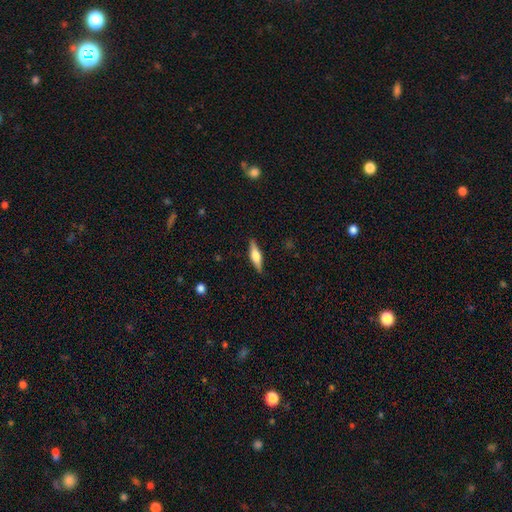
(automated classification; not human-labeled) Smooth or featured? Predicted: featured or disk (p=0.55). Edge-on disk? Predicted: yes (p=0.96). Edge-on bulge? Predicted: rounded (p=0.84). Merging? Predicted: none (p=0.88).